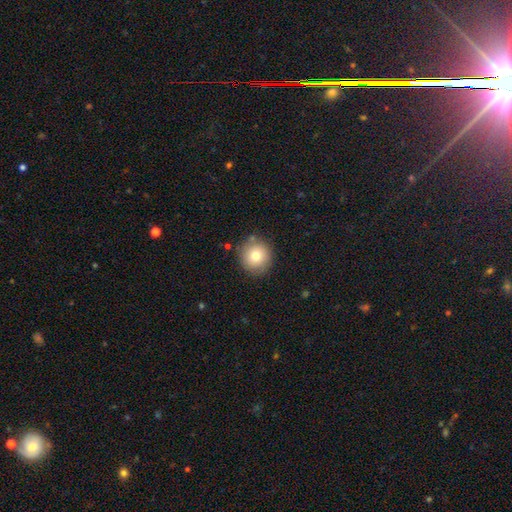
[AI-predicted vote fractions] This is likely a smooth galaxy (78%). How rounded: clearly round (92%). Merging: clearly none (85%).